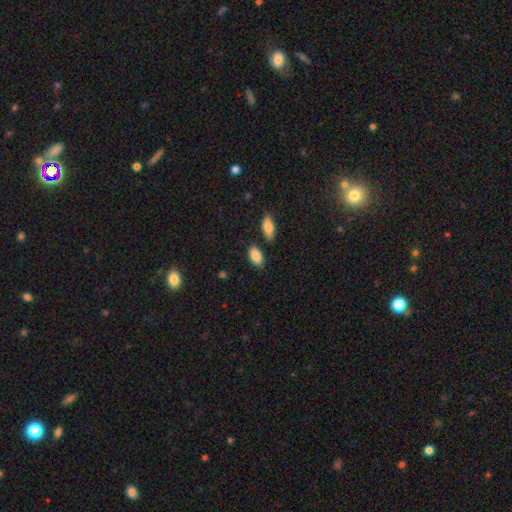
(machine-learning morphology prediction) Smooth or featured: smooth — 88% (star or artifact — 7%)
How rounded: in between — 92% (round — 5%)
Merging: none — 80% (minor disturbance — 11%)